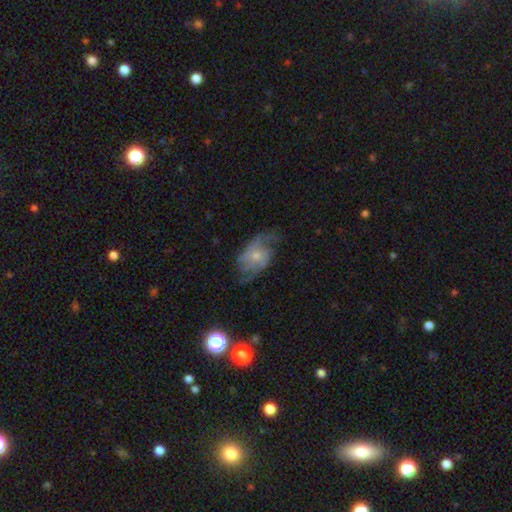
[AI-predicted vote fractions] A featured or disk galaxy (75%) with no bar (70%), 2 (68%) medium (44%) spiral arms (91%) and a moderate central bulge (48%).

Vote fractions:
- Smooth or featured? featured or disk: 75% / smooth: 18% / star or artifact: 6%
- Edge-on disk? no: 96% / yes: 4%
- Bar? no: 70% / weak: 26% / strong: 4%
- Spiral arms? yes: 91% / no: 9%
- Spiral winding? medium: 44% / loose: 35% / tight: 22%
- Spiral arm count? 2: 68% / can't tell: 15% / 3: 8% / 1: 4% / 4: 3% / more than 4: 3%
- Bulge size? moderate: 48% / small: 44% / large: 4% / none: 3% / dominant: 1%
- Merging? none: 60% / minor disturbance: 23% / major disturbance: 16% / merger: 2%